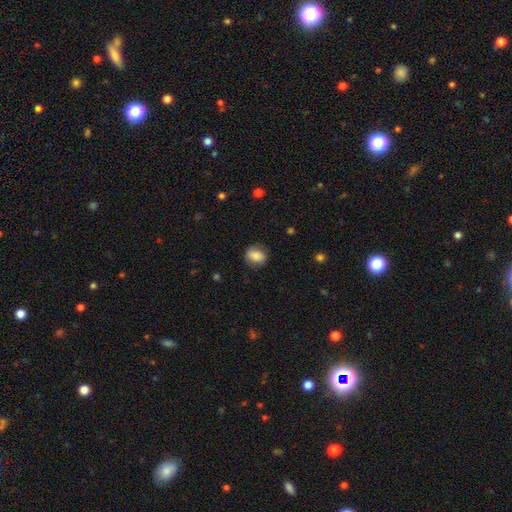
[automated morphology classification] This is clearly a smooth galaxy (83%). How rounded: possibly in between (59%). Merging: clearly none (81%).